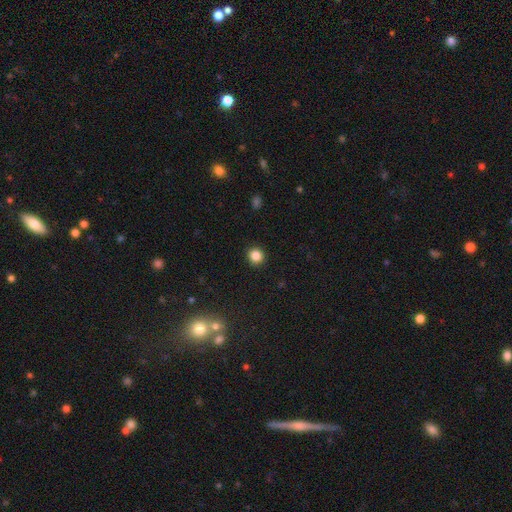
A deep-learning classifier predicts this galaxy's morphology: This is clearly a smooth galaxy (85%). How rounded: clearly round (91%). Merging: clearly none (92%).